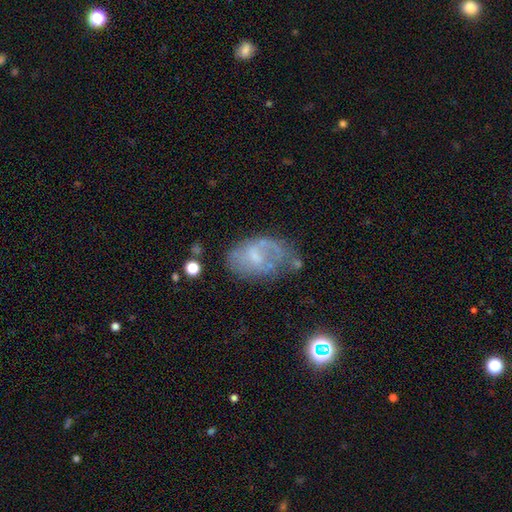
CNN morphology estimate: Smooth or featured?
  - featured or disk: 54% *
  - smooth: 36%
  - star or artifact: 10%
Edge-on disk?
  - no: 95% *
  - yes: 5%
Bar?
  - weak: 46% *
  - no: 44%
  - strong: 10%
Spiral arms?
  - no: 52% *
  - yes: 48%
Bulge size?
  - small: 44% *
  - moderate: 31%
  - none: 21%
  - large: 2%
  - dominant: 1%
Merging?
  - none: 40% *
  - minor disturbance: 30%
  - major disturbance: 23%
  - merger: 7%